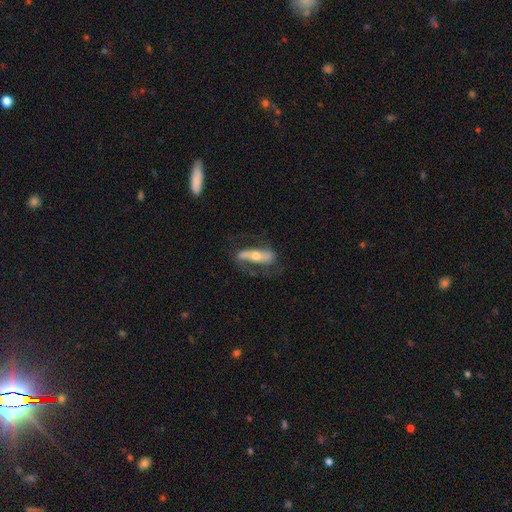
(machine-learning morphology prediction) A featured or disk galaxy (65%). Merging: none (65%).